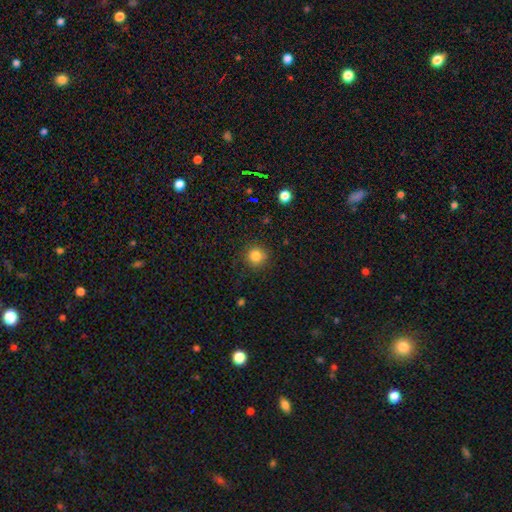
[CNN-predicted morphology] Smooth or featured? smooth (84%)
How rounded? round (93%)
Merging? none (86%)